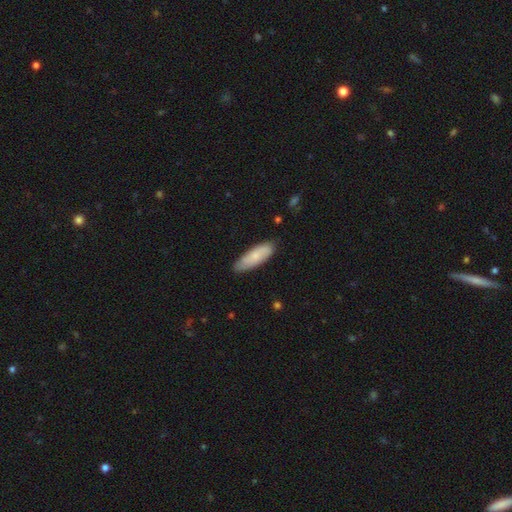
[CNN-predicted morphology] A smooth galaxy with no disk features (74%) that is in between round and cigar-shaped (56%).

Vote fractions:
- Smooth or featured? smooth: 74% / featured or disk: 20% / star or artifact: 5%
- How rounded? in between: 56% / cigar-shaped: 42% / round: 2%
- Merging? none: 82% / minor disturbance: 14% / major disturbance: 2% / merger: 1%